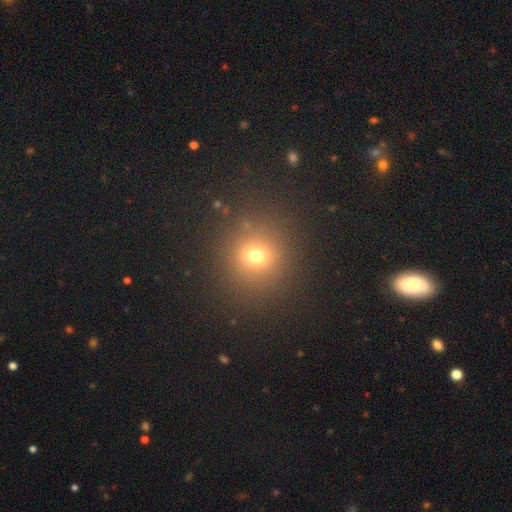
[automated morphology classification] Smooth or featured?
  - smooth: 69% *
  - star or artifact: 21%
  - featured or disk: 9%
How rounded?
  - round: 83% *
  - in between: 16%
  - cigar-shaped: 1%
Merging?
  - none: 86% *
  - minor disturbance: 8%
  - major disturbance: 4%
  - merger: 2%